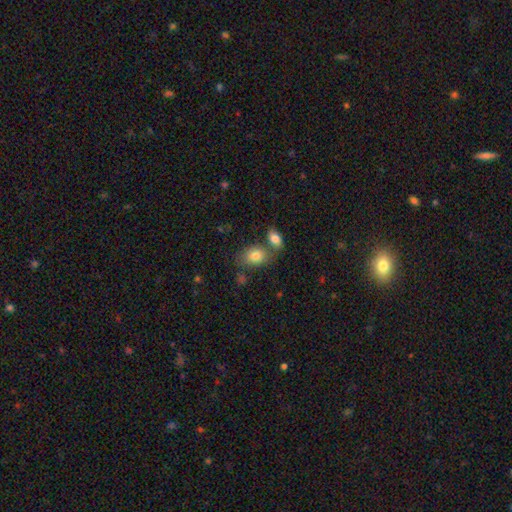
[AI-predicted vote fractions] Overall: smooth (81%). How rounded: in between (77%). Merging: none (55%; merger 28%).